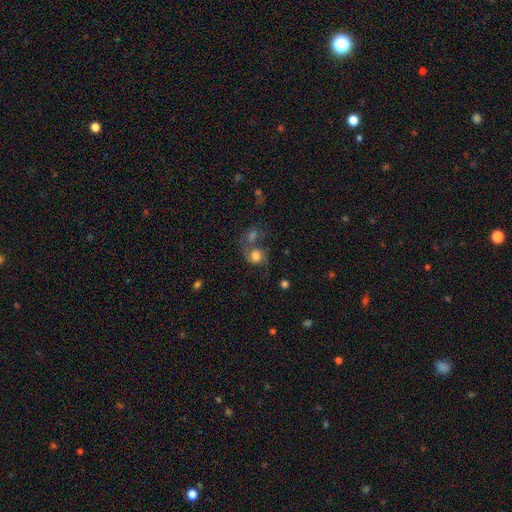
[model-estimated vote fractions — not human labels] smooth-or-featured: smooth: 51% | featured or disk: 37% | star or artifact: 11%
  how-rounded: round: 68% | in between: 31% | cigar-shaped: 1%
  merging: merger: 45% | none: 29% | major disturbance: 13% | minor disturbance: 13%